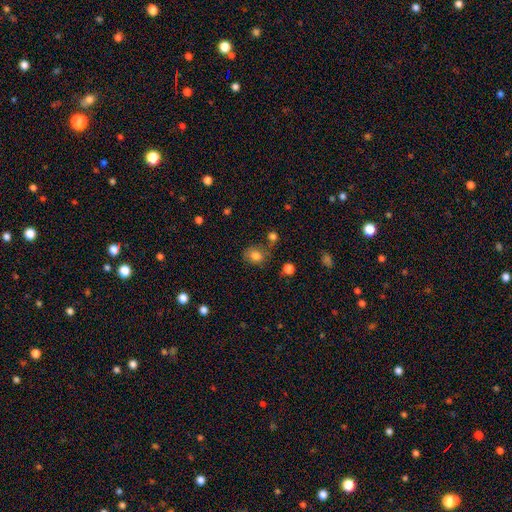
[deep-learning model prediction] smooth-or-featured: smooth: 79% | star or artifact: 12% | featured or disk: 10%
  how-rounded: round: 55% | in between: 44% | cigar-shaped: 1%
  merging: none: 61% | minor disturbance: 21% | merger: 10% | major disturbance: 9%